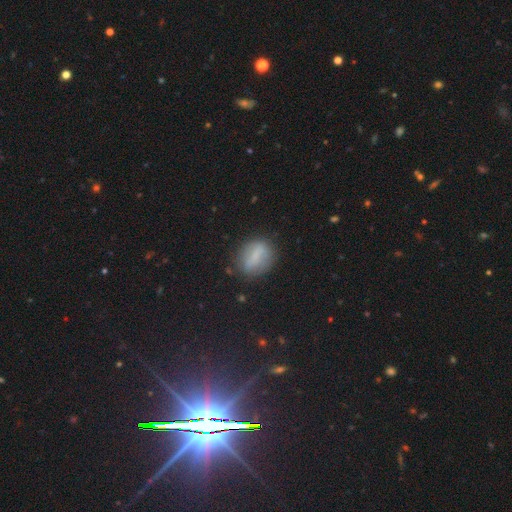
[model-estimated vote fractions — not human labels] This is likely a smooth galaxy (65%). How rounded: likely in between (62%). Merging: likely none (74%).